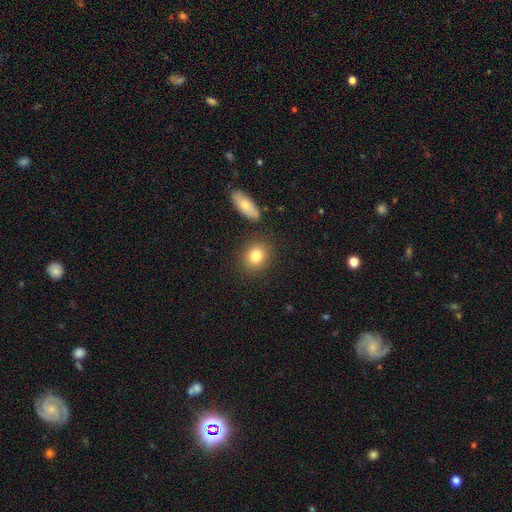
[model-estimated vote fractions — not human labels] smooth_or_featured: smooth (p=0.81) [alt: featured or disk p=0.10]
how_rounded: round (p=0.63) [alt: in between p=0.35]
merging: none (p=0.81) [alt: minor disturbance p=0.09]